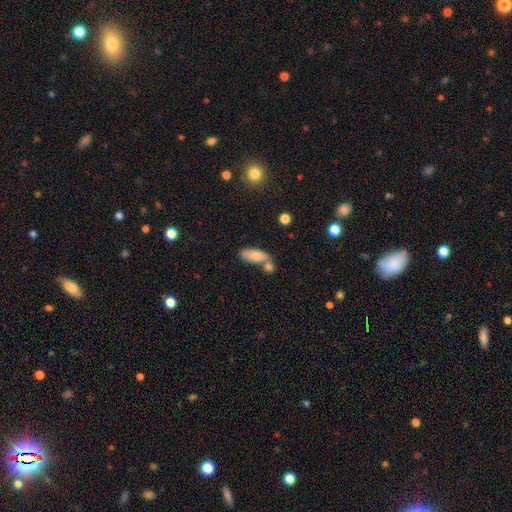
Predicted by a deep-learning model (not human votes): This appears to be a smooth galaxy with no disk features (77%) that is in between round and cigar-shaped (78%). Merging: none (41%).